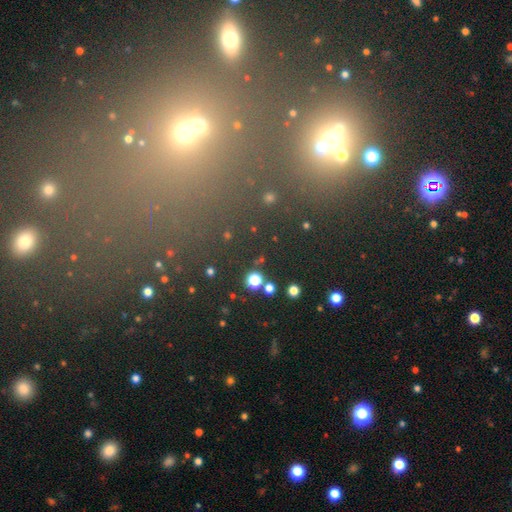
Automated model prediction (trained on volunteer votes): Smooth or featured? star or artifact (71%)